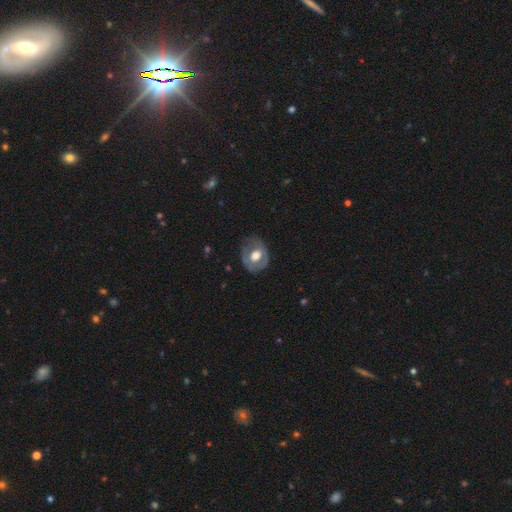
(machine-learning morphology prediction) smooth_or_featured: featured or disk (p=0.48) [alt: smooth p=0.45]
merging: none (p=0.70) [alt: minor disturbance p=0.21]